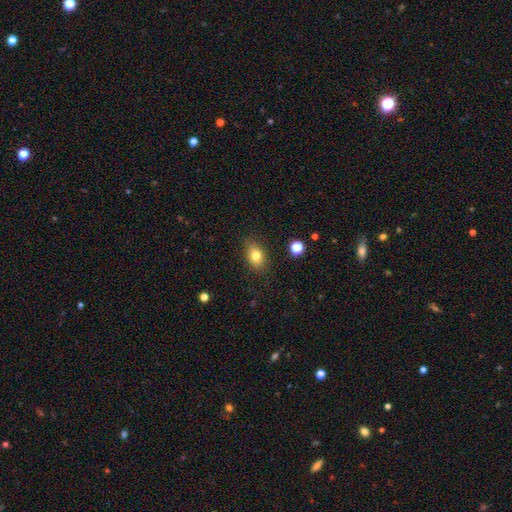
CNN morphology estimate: Smooth or featured: smooth — 77% (featured or disk — 12%)
How rounded: in between — 74% (round — 23%)
Merging: none — 81% (minor disturbance — 14%)